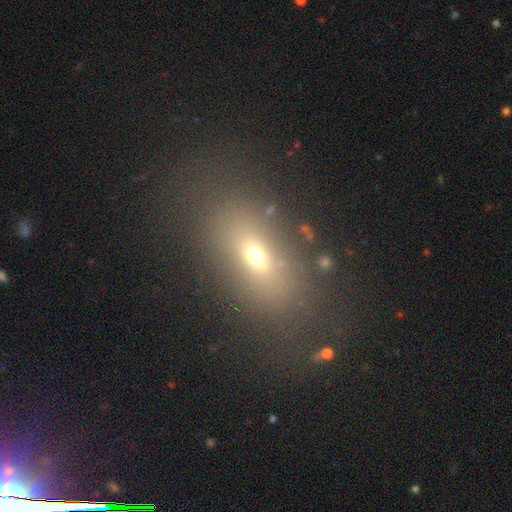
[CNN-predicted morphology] Smooth or featured? Predicted: smooth (p=0.60). How rounded? Predicted: in between (p=0.77). Merging? Predicted: none (p=0.76).